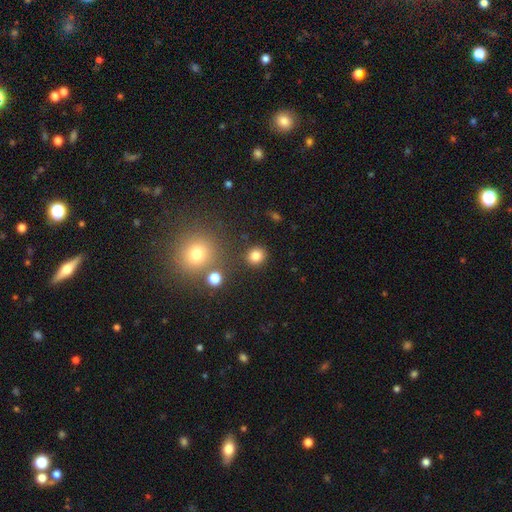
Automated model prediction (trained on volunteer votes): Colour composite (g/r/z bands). It shows a smooth galaxy with no disk features (81%) that is round (87%). Merging: none (87%).